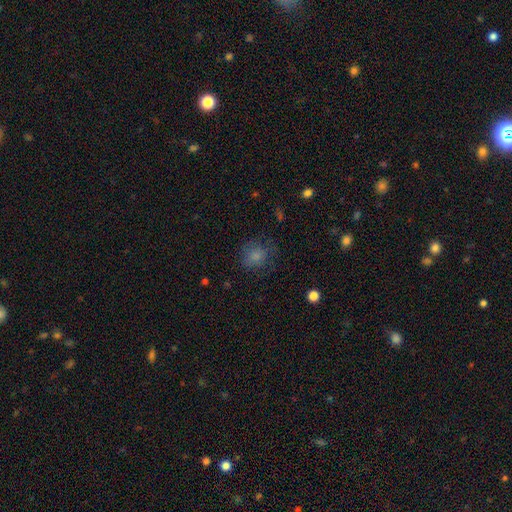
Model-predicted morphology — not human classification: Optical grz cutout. It shows a smooth galaxy with no disk features (78%) that is round (71%). Merging: none (67%).